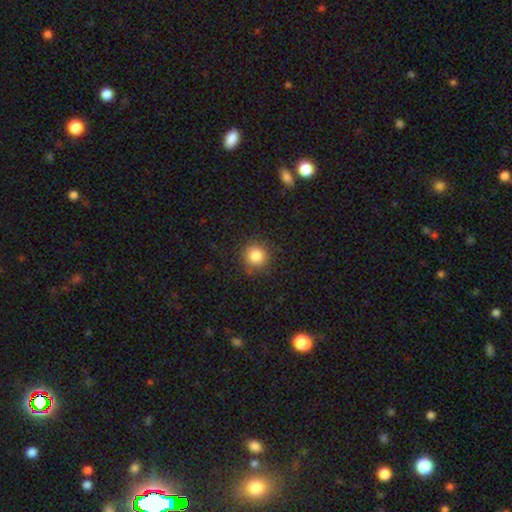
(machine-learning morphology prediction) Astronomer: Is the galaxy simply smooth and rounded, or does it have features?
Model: smooth — 85%.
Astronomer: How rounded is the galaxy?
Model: round — 94%.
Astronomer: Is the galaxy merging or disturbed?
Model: none — 87%.